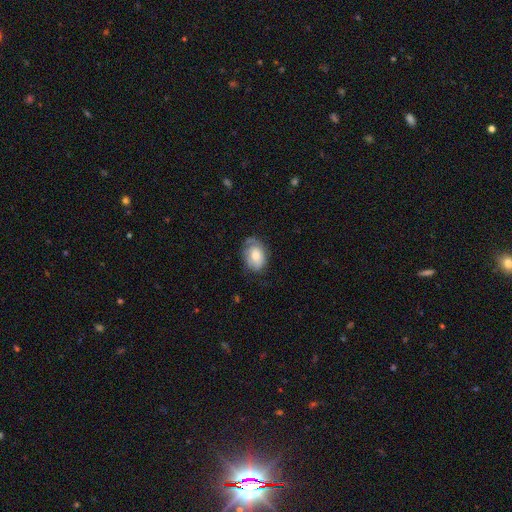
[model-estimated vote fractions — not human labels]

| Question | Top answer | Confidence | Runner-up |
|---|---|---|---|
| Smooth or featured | smooth | 57% | featured or disk (36%) |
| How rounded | in between | 80% | round (19%) |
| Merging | none | 56% | minor disturbance (31%) |